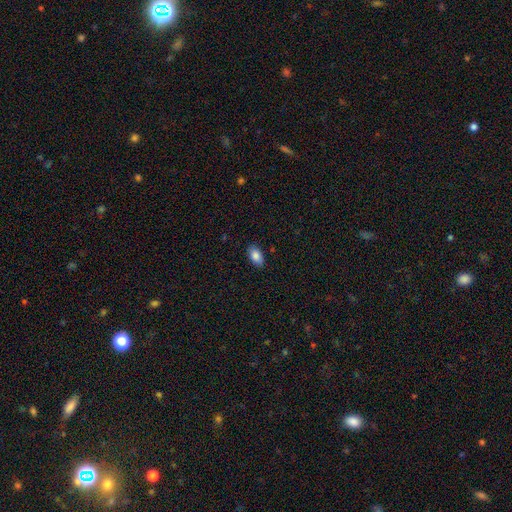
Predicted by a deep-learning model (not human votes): smooth 87%, star or artifact 7%, featured or disk 6%. Down the decision tree: how rounded — in between (93%); merging — none (86%).